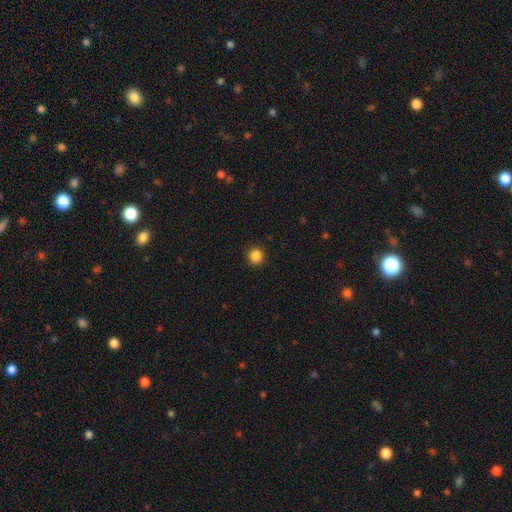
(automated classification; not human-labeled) Overall: smooth (86%). How rounded: round (94%). Merging: none (92%).